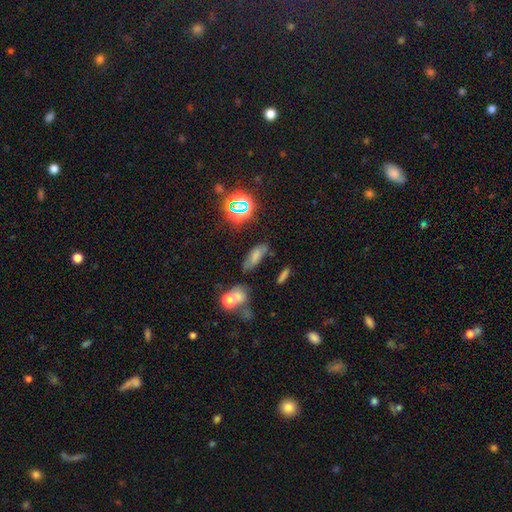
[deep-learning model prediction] Smooth or featured? Predicted: smooth (p=0.61). How rounded? Predicted: in between (p=0.71). Merging? Predicted: none (p=0.56).